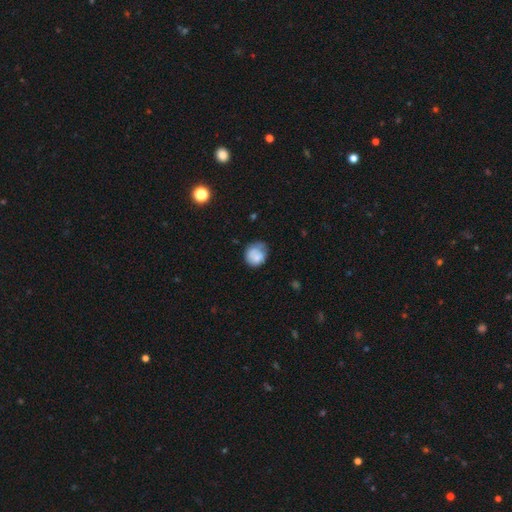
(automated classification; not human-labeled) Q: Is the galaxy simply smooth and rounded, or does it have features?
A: smooth — 72%.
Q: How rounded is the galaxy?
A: round — 73%.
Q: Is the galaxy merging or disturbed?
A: none — 46%.